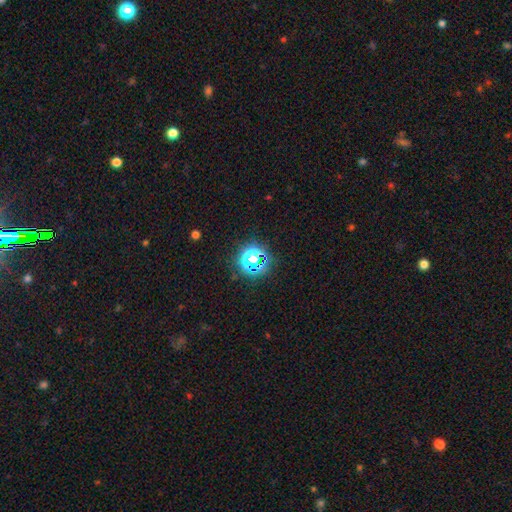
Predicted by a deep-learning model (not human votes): smooth_or_featured: star or artifact (p=0.63) [alt: smooth p=0.28]